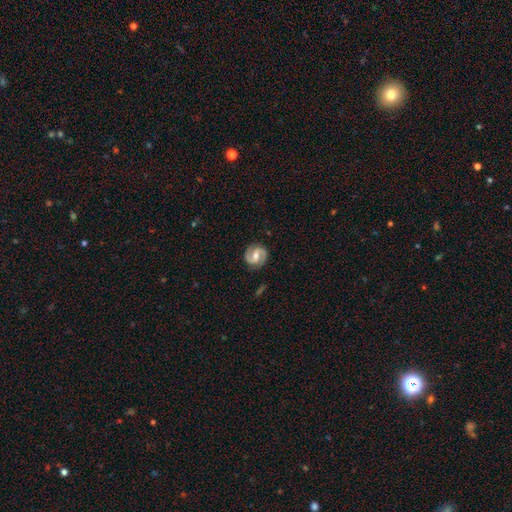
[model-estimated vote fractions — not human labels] Q: Smooth or featured?
A: featured or disk (86%); runner-up: smooth (9%)
Q: Edge-on disk?
A: no (98%); runner-up: yes (2%)
Q: Bar?
A: weak (49%); runner-up: strong (26%)
Q: Spiral arms?
A: yes (97%); runner-up: no (3%)
Q: Spiral winding?
A: medium (52%); runner-up: tight (35%)
Q: Spiral arm count?
A: 2 (94%); runner-up: can't tell (2%)
Q: Bulge size?
A: moderate (66%); runner-up: small (22%)
Q: Merging?
A: none (87%); runner-up: minor disturbance (10%)